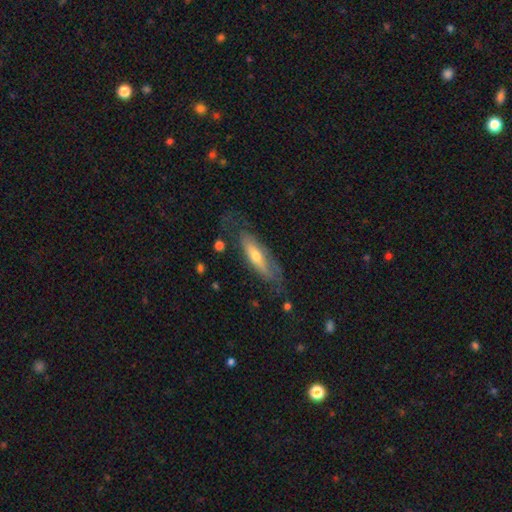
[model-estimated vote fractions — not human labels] Smooth or featured: featured or disk — 58% (smooth — 35%)
Edge-on disk: no — 57% (yes — 43%)
Merging: none — 62% (minor disturbance — 22%)